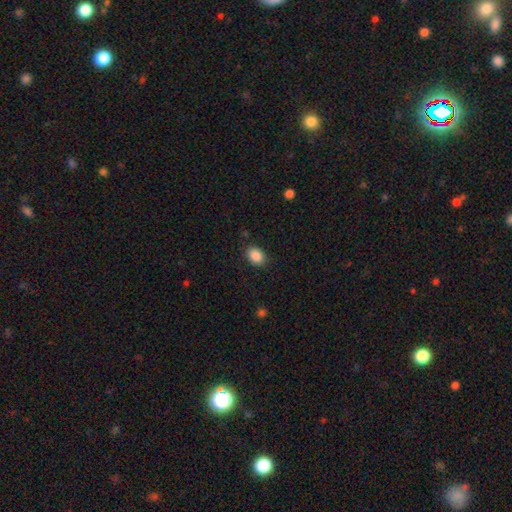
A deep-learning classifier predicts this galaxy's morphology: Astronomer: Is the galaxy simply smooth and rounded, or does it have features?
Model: smooth — 88%.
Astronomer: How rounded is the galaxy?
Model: in between — 75%.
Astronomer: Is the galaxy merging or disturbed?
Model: none — 86%.